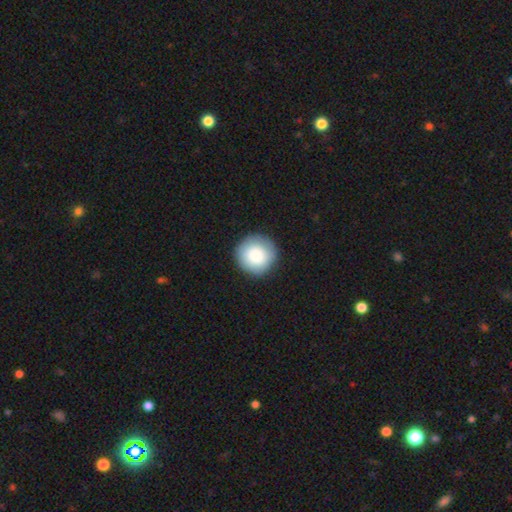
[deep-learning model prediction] smooth 85%, featured or disk 8%, star or artifact 7%. Down the decision tree: how rounded — round (96%); merging — none (90%).